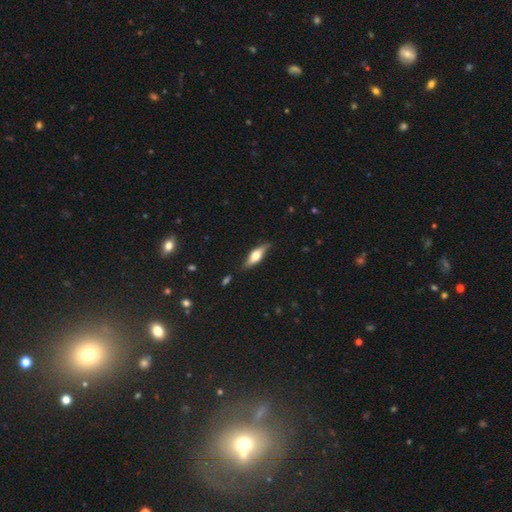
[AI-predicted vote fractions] smooth-or-featured: smooth: 50% | featured or disk: 44% | star or artifact: 6%
  how-rounded: in between: 52% | cigar-shaped: 45% | round: 3%
  merging: none: 78% | minor disturbance: 17% | major disturbance: 3% | merger: 2%